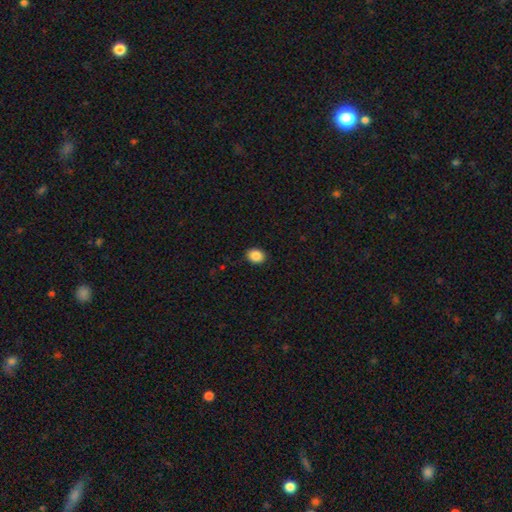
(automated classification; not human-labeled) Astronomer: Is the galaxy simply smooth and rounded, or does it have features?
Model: smooth — 88%.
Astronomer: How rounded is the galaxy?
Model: in between — 52% (runner-up: round, 47%).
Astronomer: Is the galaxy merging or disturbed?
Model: none — 90%.